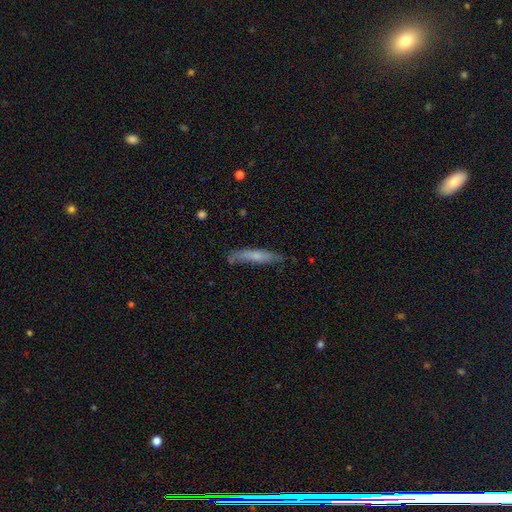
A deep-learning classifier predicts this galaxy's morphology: A smooth galaxy with no disk features (61%) that is cigar-shaped (88%).

Vote fractions:
- Smooth or featured? smooth: 61% / featured or disk: 33% / star or artifact: 6%
- How rounded? cigar-shaped: 88% / in between: 11% / round: 2%
- Merging? none: 69% / minor disturbance: 23% / major disturbance: 5% / merger: 3%